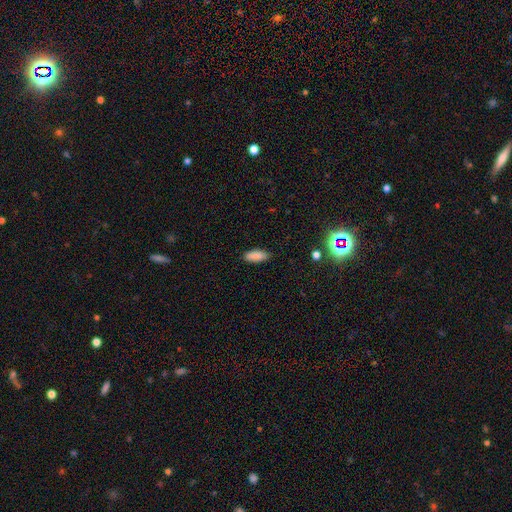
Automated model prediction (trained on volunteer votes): A smooth galaxy with no disk features (88%) that is in between round and cigar-shaped (77%).

Vote fractions:
- Smooth or featured? smooth: 88% / star or artifact: 8% / featured or disk: 4%
- How rounded? in between: 77% / cigar-shaped: 21% / round: 2%
- Merging? none: 86% / minor disturbance: 11% / major disturbance: 2% / merger: 1%